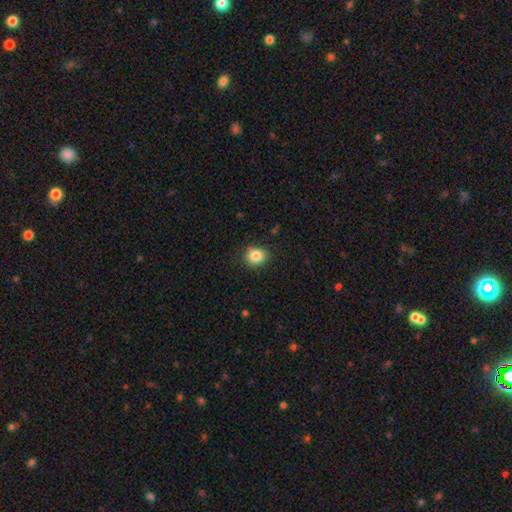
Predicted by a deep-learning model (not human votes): smooth_or_featured: smooth (p=0.85) [alt: star or artifact p=0.10]
how_rounded: round (p=0.72) [alt: in between p=0.28]
merging: none (p=0.84) [alt: minor disturbance p=0.12]